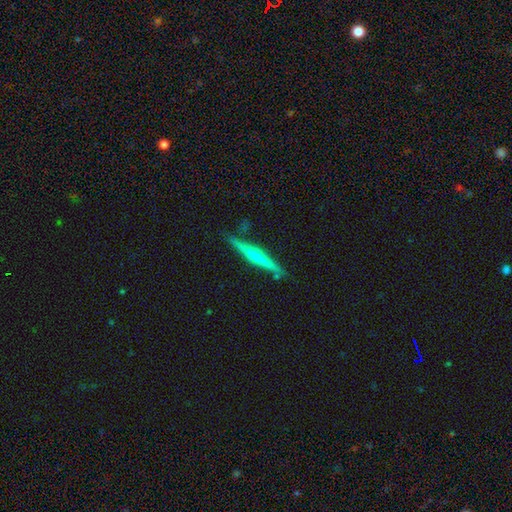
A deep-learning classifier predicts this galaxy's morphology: featured or disk 75%, smooth 19%, star or artifact 5%. Down the decision tree: edge-on disk — yes (98%); edge-on bulge — rounded (88%); merging — none (86%).